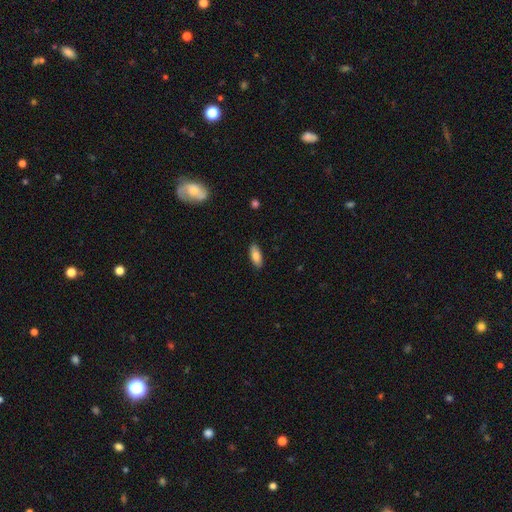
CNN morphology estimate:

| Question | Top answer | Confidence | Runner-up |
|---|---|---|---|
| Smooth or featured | smooth | 82% | featured or disk (12%) |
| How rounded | in between | 80% | cigar-shaped (18%) |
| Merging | none | 88% | minor disturbance (9%) |